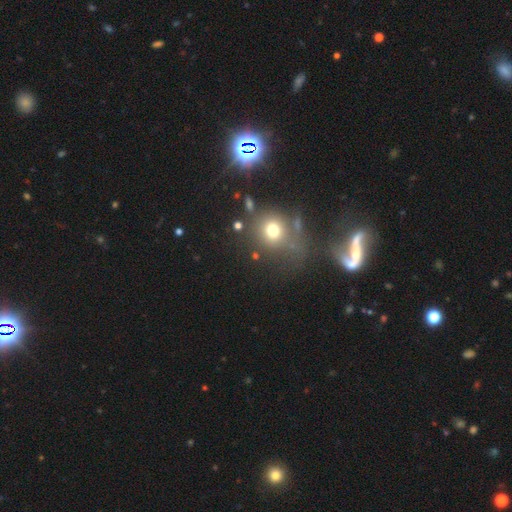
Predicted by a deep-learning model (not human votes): A smooth galaxy with no disk features (51%) that is round (84%). Merging: none (62%).